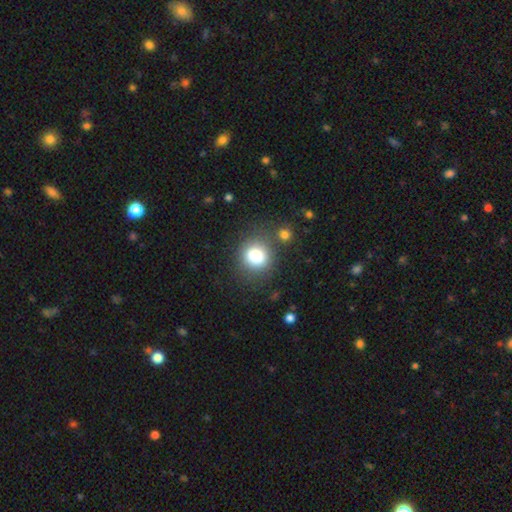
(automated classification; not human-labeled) smooth_or_featured: smooth (p=0.82) [alt: star or artifact p=0.10]
how_rounded: round (p=0.83) [alt: in between p=0.16]
merging: none (p=0.75) [alt: minor disturbance p=0.12]